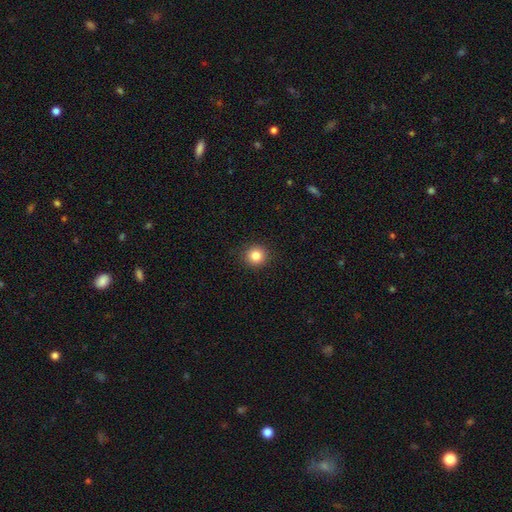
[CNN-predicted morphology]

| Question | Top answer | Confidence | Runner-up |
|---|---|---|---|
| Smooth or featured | smooth | 84% | star or artifact (11%) |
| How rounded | round | 93% | in between (6%) |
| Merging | none | 92% | minor disturbance (5%) |